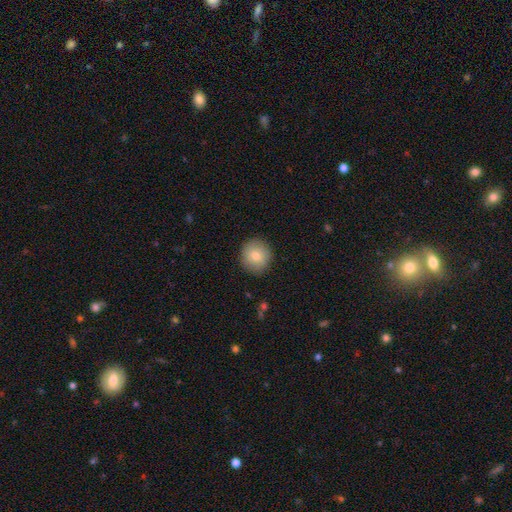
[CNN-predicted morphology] Q: Smooth or featured?
A: smooth (78%); runner-up: featured or disk (14%)
Q: How rounded?
A: round (94%); runner-up: in between (5%)
Q: Merging?
A: none (90%); runner-up: minor disturbance (7%)